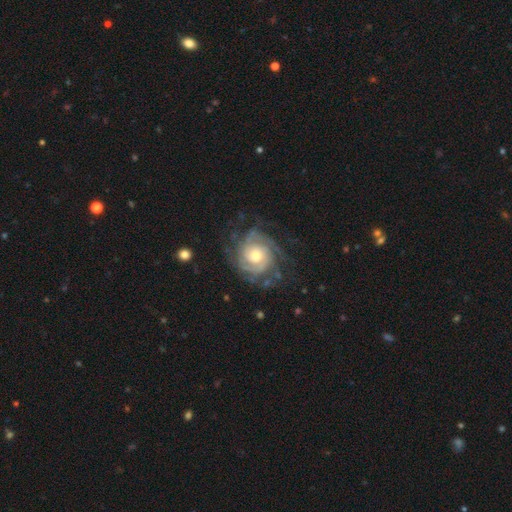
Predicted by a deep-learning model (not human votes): This appears to be a featured or disk galaxy (86%) with no bar (76%), tight (70%) spiral arms (95%) and a moderate central bulge (66%). Merging: none (71%).